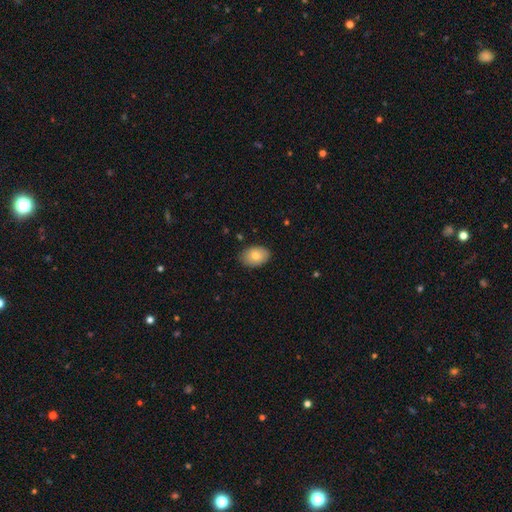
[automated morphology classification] Q: Smooth or featured?
A: smooth (81%); runner-up: featured or disk (12%)
Q: How rounded?
A: in between (85%); runner-up: round (14%)
Q: Merging?
A: none (84%); runner-up: minor disturbance (12%)